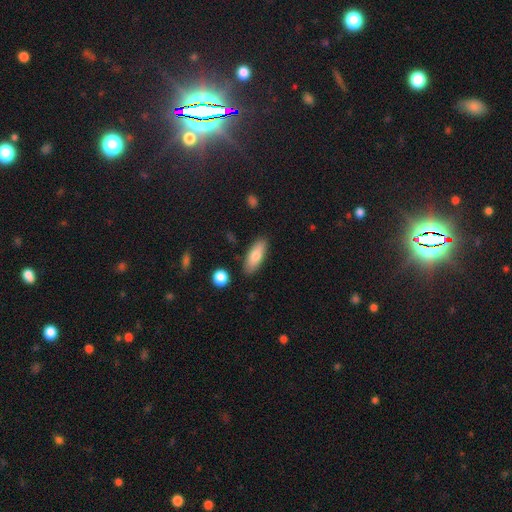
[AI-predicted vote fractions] smooth 76%, featured or disk 18%, star or artifact 6%. Down the decision tree: how rounded — in between (71%); merging — none (85%).